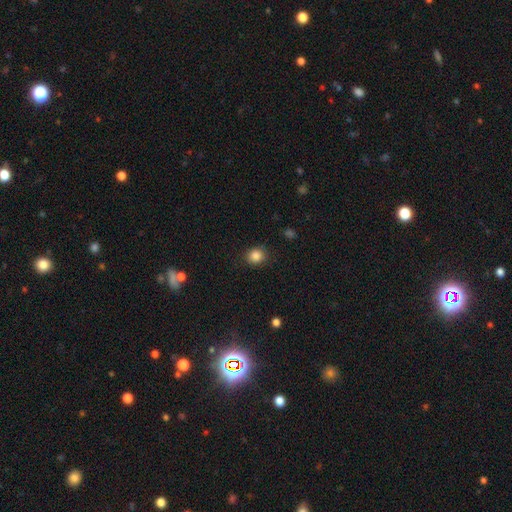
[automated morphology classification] Overall: smooth (86%). How rounded: round (77%). Merging: none (87%).